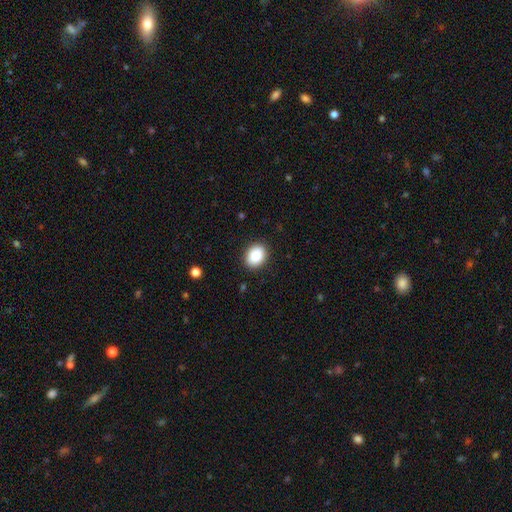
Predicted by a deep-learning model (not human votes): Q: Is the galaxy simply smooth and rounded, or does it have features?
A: smooth — 89%.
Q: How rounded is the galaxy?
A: in between — 59%.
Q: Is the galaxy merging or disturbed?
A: none — 89%.